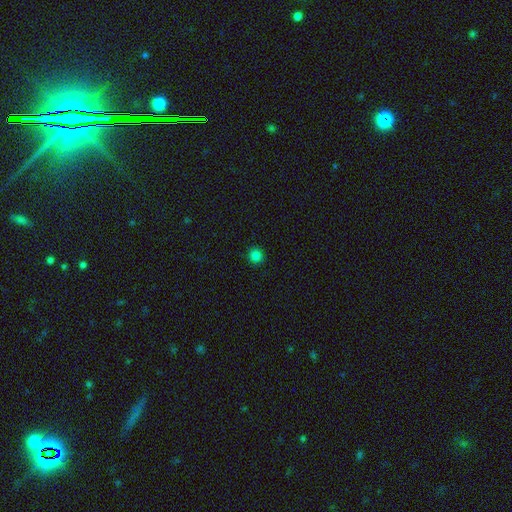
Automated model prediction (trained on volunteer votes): The model was most divided on "smooth or featured": smooth: 82%, star or artifact: 15%, featured or disk: 3%. More confident: how rounded — round (93%); merging — none (92%).